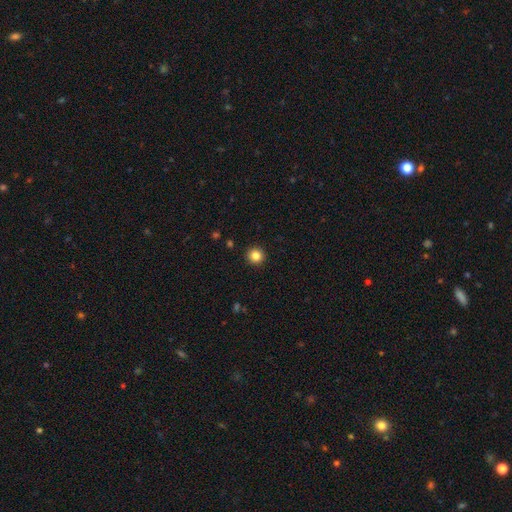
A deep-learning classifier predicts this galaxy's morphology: Smooth or featured? Predicted: smooth (p=0.84). How rounded? Predicted: round (p=0.95). Merging? Predicted: none (p=0.93).